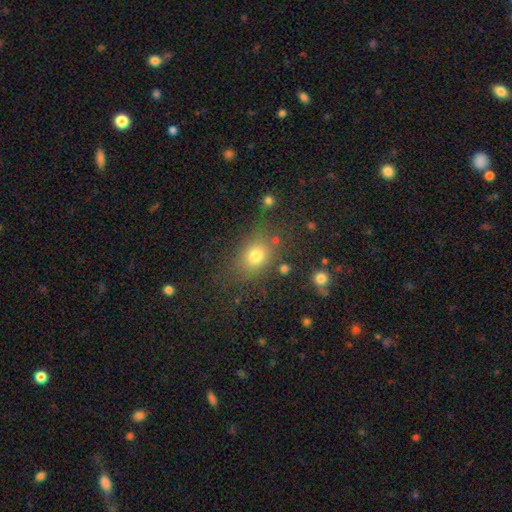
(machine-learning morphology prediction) Smooth or featured?
  - smooth: 76% *
  - star or artifact: 15%
  - featured or disk: 9%
How rounded?
  - in between: 58% *
  - round: 41%
  - cigar-shaped: 2%
Merging?
  - none: 75% *
  - minor disturbance: 15%
  - major disturbance: 6%
  - merger: 4%